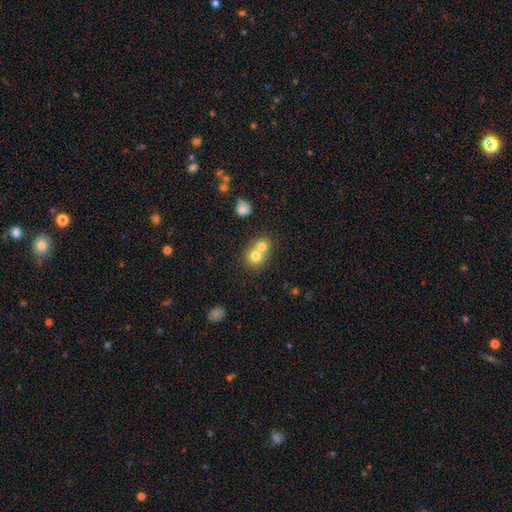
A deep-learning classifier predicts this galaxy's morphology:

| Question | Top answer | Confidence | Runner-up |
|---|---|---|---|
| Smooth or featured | smooth | 74% | featured or disk (15%) |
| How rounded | round | 79% | in between (21%) |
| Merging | merger | 64% | none (29%) |